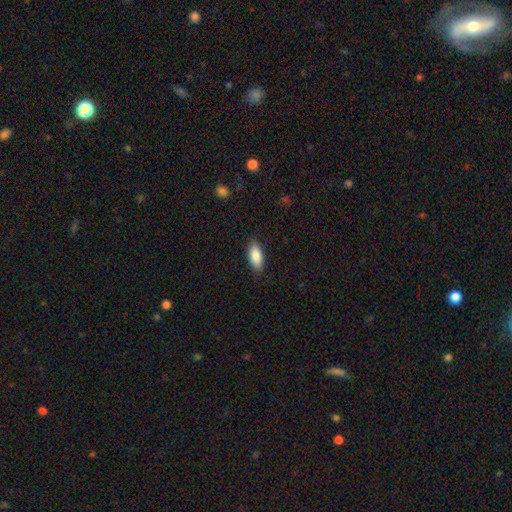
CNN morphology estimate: Q: Smooth or featured?
A: smooth (88%); runner-up: featured or disk (7%)
Q: How rounded?
A: in between (84%); runner-up: cigar-shaped (14%)
Q: Merging?
A: none (86%); runner-up: minor disturbance (11%)